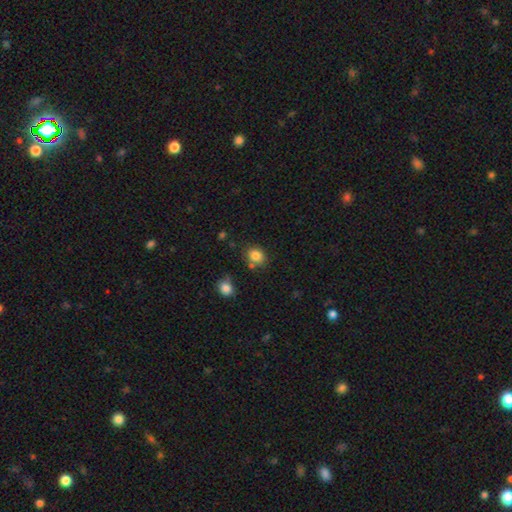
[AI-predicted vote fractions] A smooth galaxy with no disk features (83%) that is round (60%).

Vote fractions:
- Smooth or featured? smooth: 83% / star or artifact: 11% / featured or disk: 6%
- How rounded? round: 60% / in between: 39% / cigar-shaped: 1%
- Merging? none: 74% / minor disturbance: 14% / merger: 9% / major disturbance: 3%